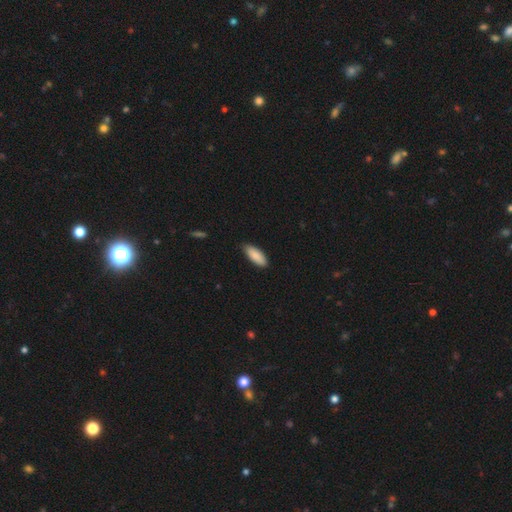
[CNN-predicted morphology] Overall: smooth (89%). How rounded: in between (79%). Merging: none (83%).